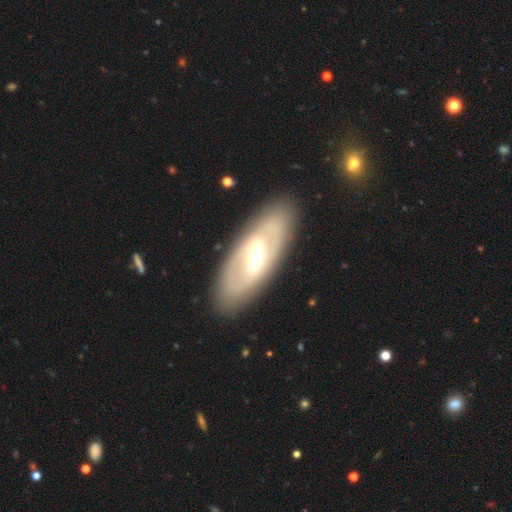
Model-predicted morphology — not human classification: A featured or disk galaxy (69%) with a strong bar (43%), no spiral arms (63%) and a moderate central bulge (60%). Merging: none (86%).